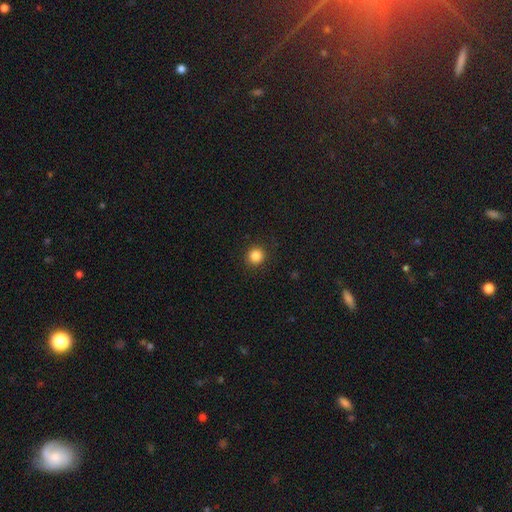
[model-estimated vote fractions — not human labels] A smooth galaxy with no disk features (85%) that is round (93%).

Vote fractions:
- Smooth or featured? smooth: 85% / star or artifact: 11% / featured or disk: 4%
- How rounded? round: 93% / in between: 6% / cigar-shaped: 1%
- Merging? none: 91% / minor disturbance: 6% / major disturbance: 2% / merger: 1%